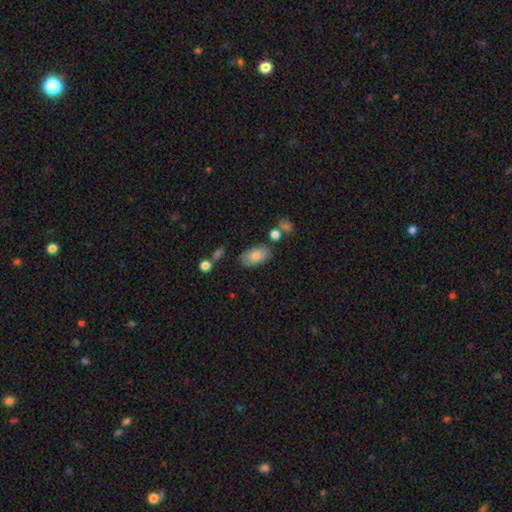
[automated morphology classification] A smooth galaxy with no disk features (77%) that is in between round and cigar-shaped (93%). Merging: none (74%).